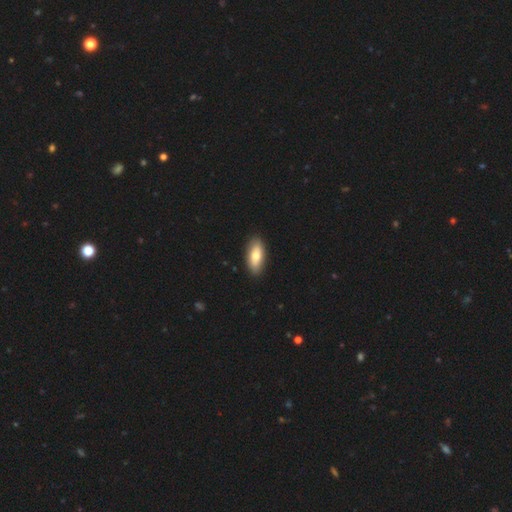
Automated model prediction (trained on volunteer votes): This appears to be a smooth galaxy with no disk features (76%) that is in between round and cigar-shaped (84%). Merging: none (90%).